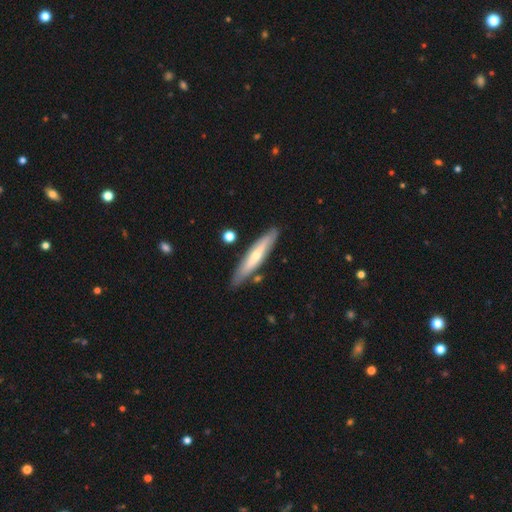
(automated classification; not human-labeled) smooth_or_featured: featured or disk (p=0.49) [alt: smooth p=0.45]
merging: none (p=0.83) [alt: minor disturbance p=0.12]